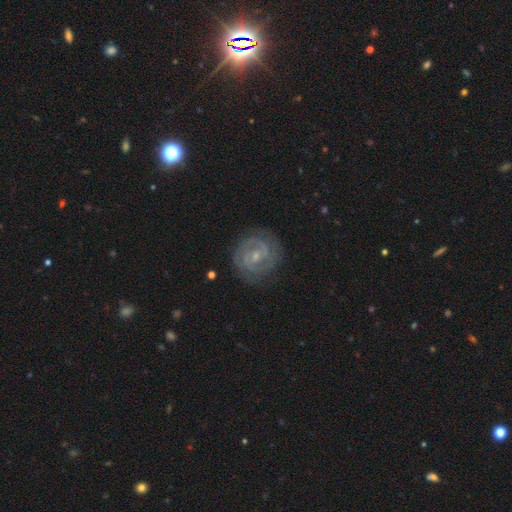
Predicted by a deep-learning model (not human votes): Smooth or featured: featured or disk — 85% (smooth — 8%)
Edge-on disk: no — 98% (yes — 2%)
Bar: weak — 47% (no — 38%)
Spiral arms: yes — 96% (no — 4%)
Spiral winding: tight — 68% (medium — 27%)
Spiral arm count: 2 — 68% (can't tell — 12%)
Bulge size: small — 70% (moderate — 25%)
Merging: none — 82% (minor disturbance — 12%)